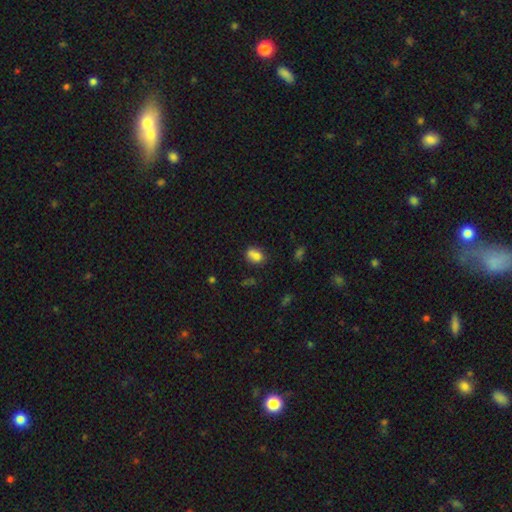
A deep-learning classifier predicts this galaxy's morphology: This appears to be a smooth galaxy with no disk features (74%) that is in between round and cigar-shaped (57%). Merging: none (40%).